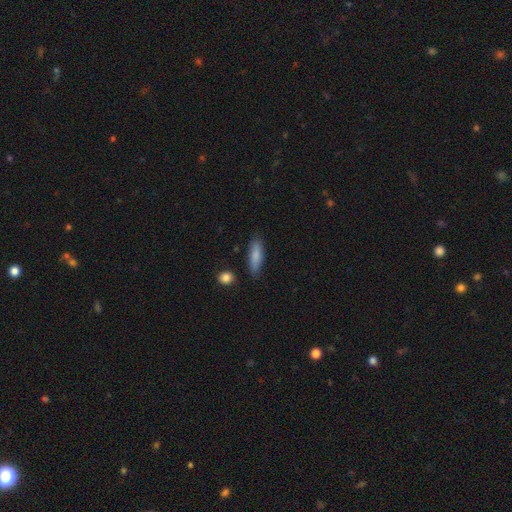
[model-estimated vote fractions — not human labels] smooth-or-featured: smooth: 84% | featured or disk: 10% | star or artifact: 6%
  how-rounded: cigar-shaped: 54% | in between: 44% | round: 2%
  merging: none: 83% | minor disturbance: 12% | major disturbance: 3% | merger: 2%